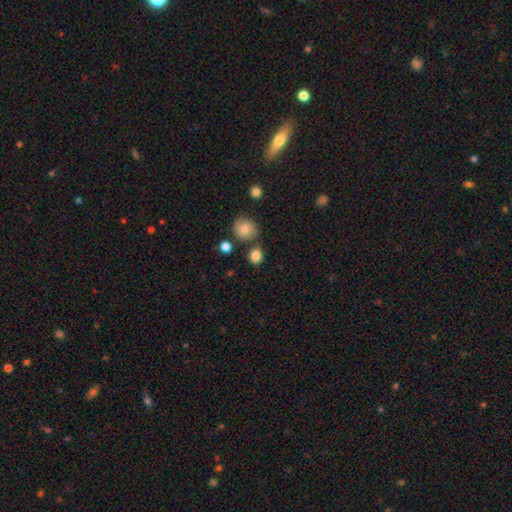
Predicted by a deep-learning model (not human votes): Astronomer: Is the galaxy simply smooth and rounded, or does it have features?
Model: smooth — 83%.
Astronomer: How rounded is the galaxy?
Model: round — 73%.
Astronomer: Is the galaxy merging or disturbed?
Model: none — 73%.